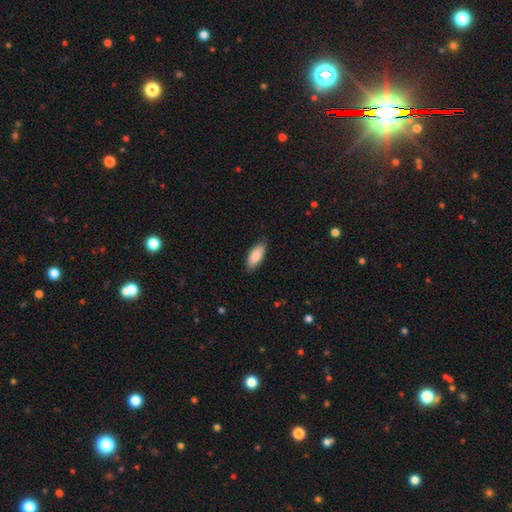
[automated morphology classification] Q: Smooth or featured?
A: smooth (87%); runner-up: featured or disk (8%)
Q: How rounded?
A: in between (84%); runner-up: cigar-shaped (15%)
Q: Merging?
A: none (85%); runner-up: minor disturbance (12%)